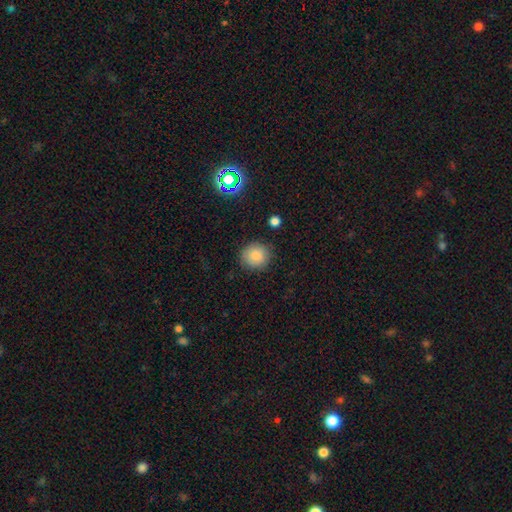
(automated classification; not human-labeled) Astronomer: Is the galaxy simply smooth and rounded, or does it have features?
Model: smooth — 83%.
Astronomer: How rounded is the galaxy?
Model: round — 88%.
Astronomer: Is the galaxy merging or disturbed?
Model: none — 85%.